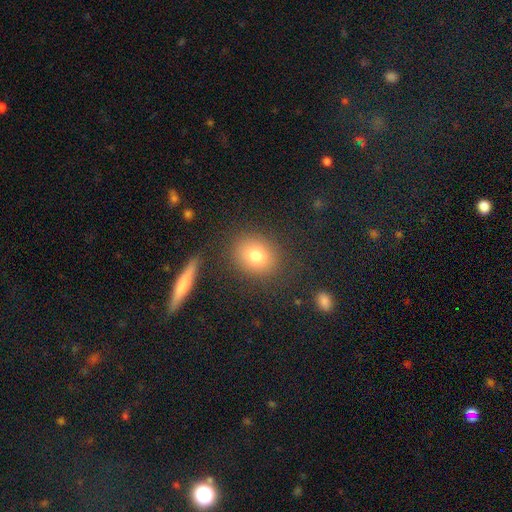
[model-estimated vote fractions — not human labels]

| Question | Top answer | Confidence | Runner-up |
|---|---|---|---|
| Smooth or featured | smooth | 78% | featured or disk (11%) |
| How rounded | round | 63% | in between (35%) |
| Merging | none | 82% | minor disturbance (10%) |